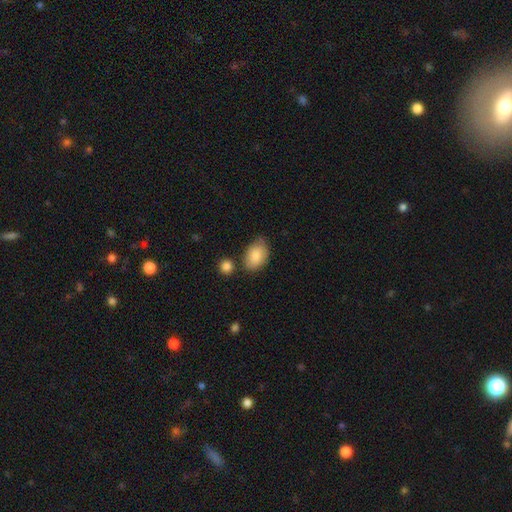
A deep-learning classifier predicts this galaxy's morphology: A smooth galaxy with no disk features (84%) that is in between round and cigar-shaped (84%).

Vote fractions:
- Smooth or featured? smooth: 84% / featured or disk: 10% / star or artifact: 7%
- How rounded? in between: 84% / round: 14% / cigar-shaped: 1%
- Merging? none: 64% / minor disturbance: 23% / merger: 8% / major disturbance: 5%